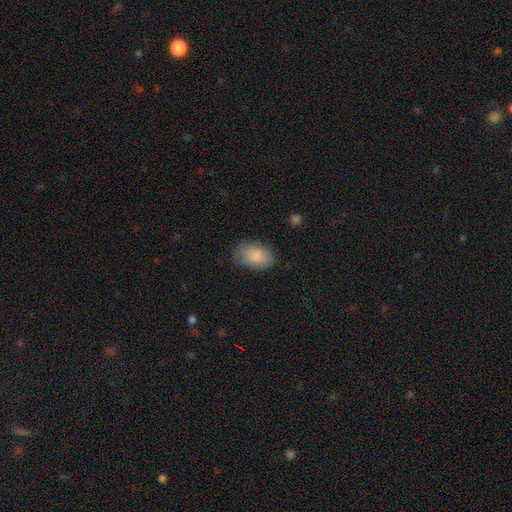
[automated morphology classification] Smooth or featured? Predicted: smooth (p=0.87). How rounded? Predicted: in between (p=0.89). Merging? Predicted: none (p=0.77).